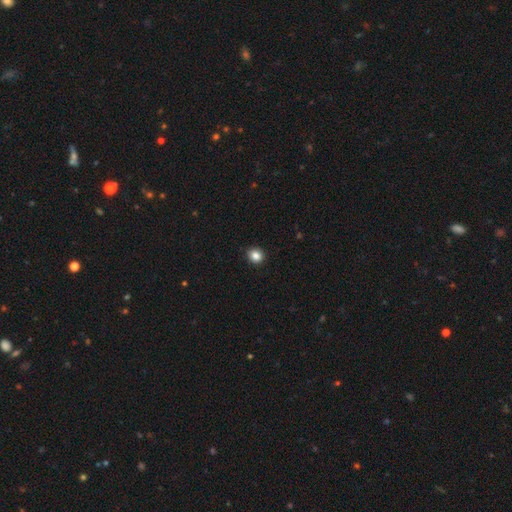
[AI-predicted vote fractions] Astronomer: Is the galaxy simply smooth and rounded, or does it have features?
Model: smooth — 85%.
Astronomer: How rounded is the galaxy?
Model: round — 82%.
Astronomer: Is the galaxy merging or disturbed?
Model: none — 91%.